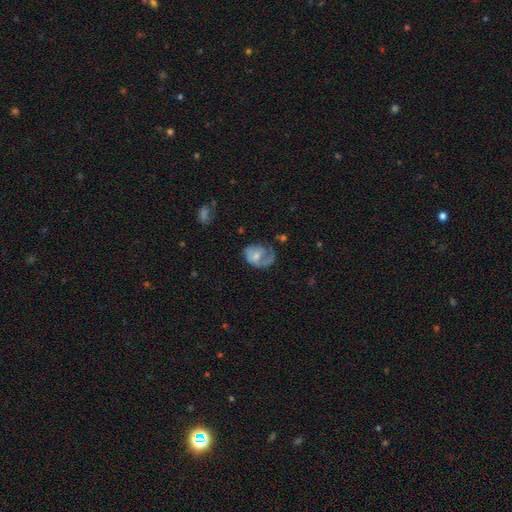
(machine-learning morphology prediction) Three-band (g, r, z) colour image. It shows a featured or disk galaxy (55%) with no bar (61%), spiral arms (70%) and a moderate central bulge (43%). Merging: none (38%).